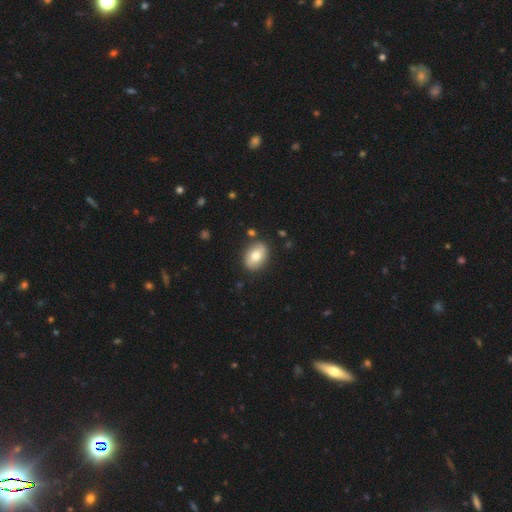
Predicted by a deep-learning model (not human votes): This is likely a smooth galaxy (71%). How rounded: clearly in between (82%). Merging: clearly none (85%).